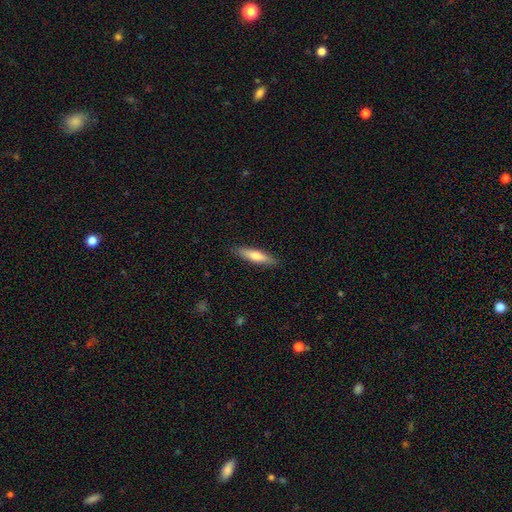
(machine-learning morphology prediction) Q: Smooth or featured?
A: smooth (66%); runner-up: featured or disk (29%)
Q: How rounded?
A: cigar-shaped (80%); runner-up: in between (18%)
Q: Merging?
A: none (89%); runner-up: minor disturbance (8%)